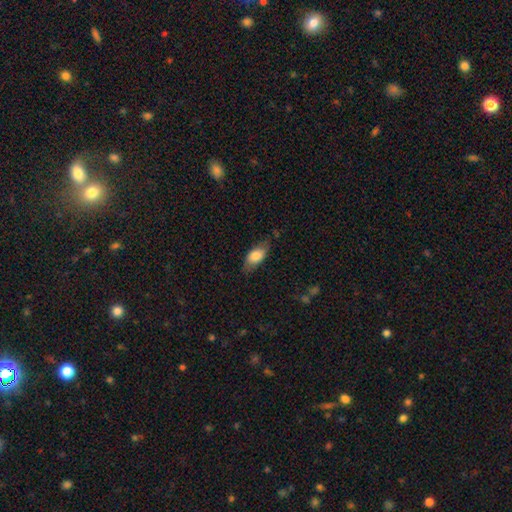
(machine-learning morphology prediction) The model was most divided on "merging": none: 70%, minor disturbance: 22%, major disturbance: 6%, merger: 2%. More confident: how rounded — in between (89%); smooth or featured — smooth (77%).